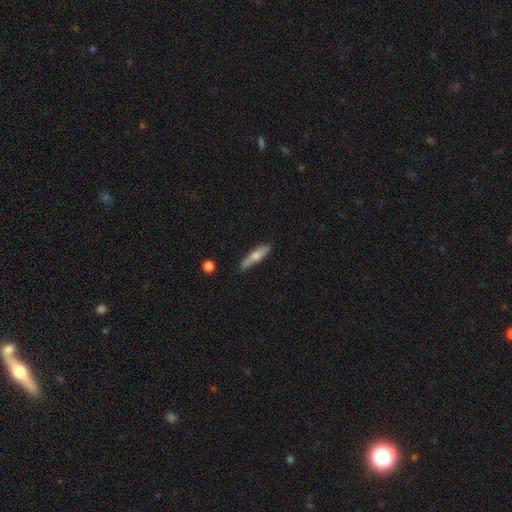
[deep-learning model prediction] Q: Smooth or featured?
A: smooth (55%); runner-up: featured or disk (38%)
Q: How rounded?
A: cigar-shaped (83%); runner-up: in between (15%)
Q: Merging?
A: none (83%); runner-up: minor disturbance (13%)